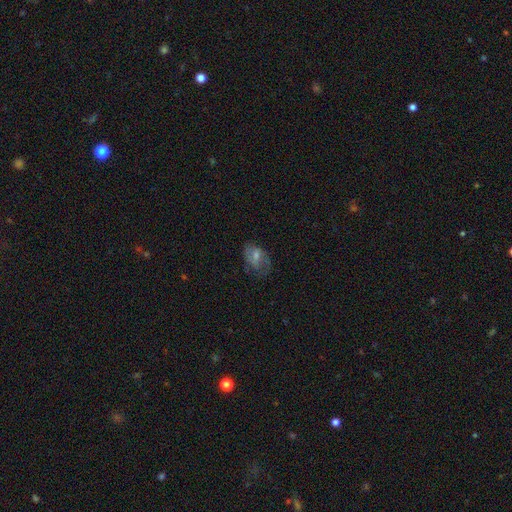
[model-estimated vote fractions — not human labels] Morphology: type=featured or disk (47%); merging=none (60%).